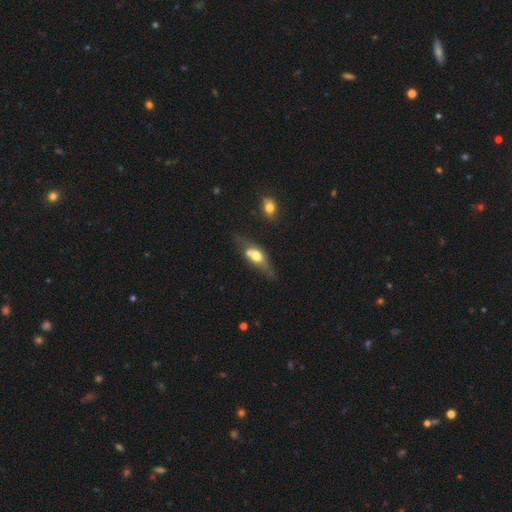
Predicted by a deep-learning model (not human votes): Morphology: type=featured or disk (47%); merging=none (48%).